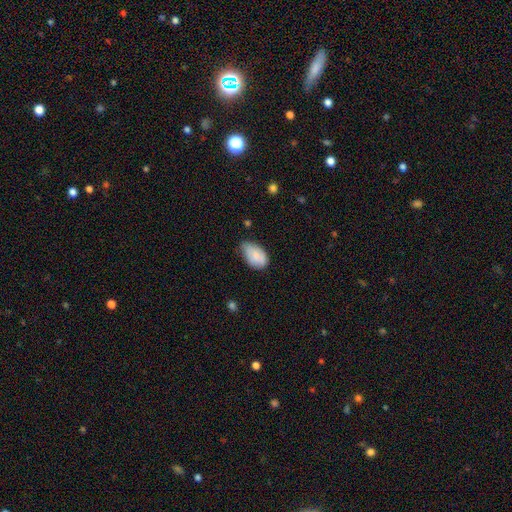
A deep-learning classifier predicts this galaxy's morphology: Smooth or featured: smooth — 81% (featured or disk — 12%)
How rounded: in between — 92% (round — 6%)
Merging: none — 47% (minor disturbance — 43%)